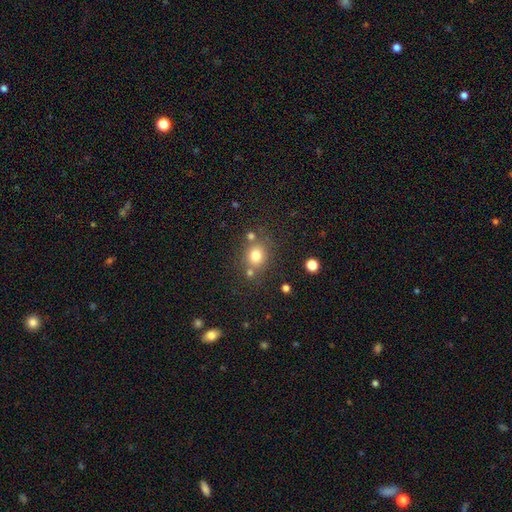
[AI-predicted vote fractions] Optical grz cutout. It shows a smooth galaxy with no disk features (77%) that is round (70%). Merging: none (70%).